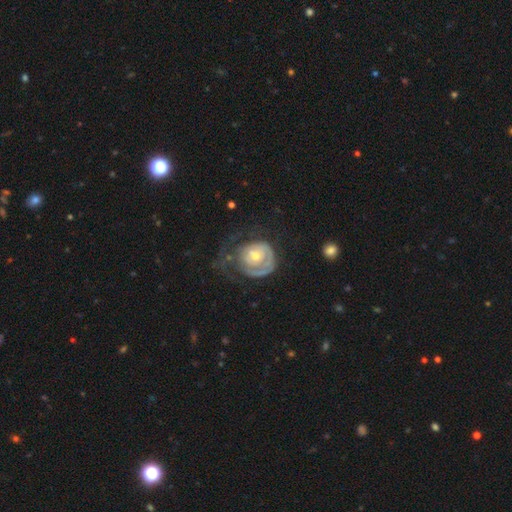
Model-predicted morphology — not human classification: Smooth or featured: featured or disk — 67% (smooth — 27%)
Edge-on disk: no — 97% (yes — 3%)
Bar: no — 77% (weak — 20%)
Spiral arms: yes — 72% (no — 28%)
Bulge size: small — 47% (moderate — 45%)
Merging: major disturbance — 41% (none — 35%)